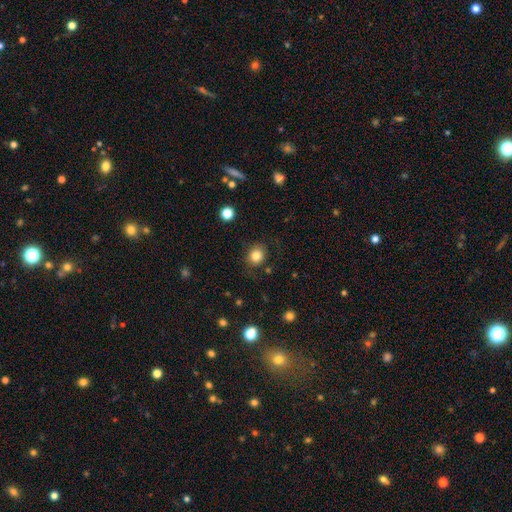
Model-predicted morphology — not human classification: Smooth or featured: smooth — 82% (star or artifact — 11%)
How rounded: round — 73% (in between — 26%)
Merging: none — 82% (minor disturbance — 12%)